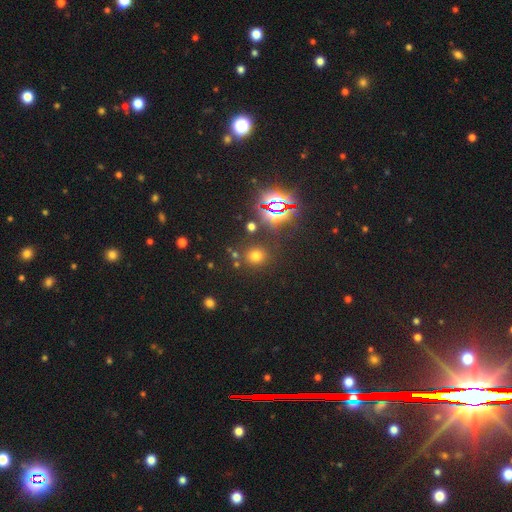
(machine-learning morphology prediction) This appears to be a smooth galaxy with no disk features (61%) that is round (83%). Merging: none (83%).